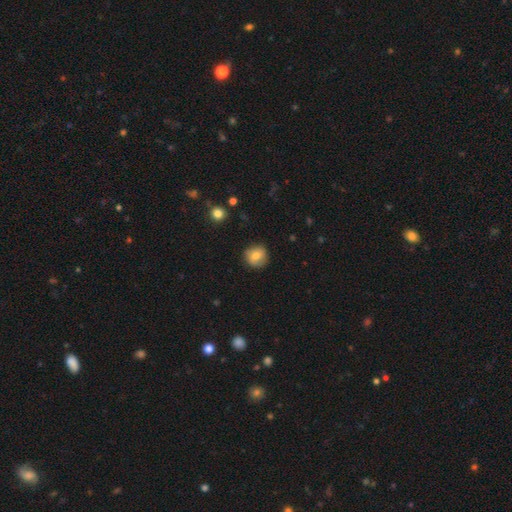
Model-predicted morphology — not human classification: smooth-or-featured: smooth: 75% | featured or disk: 17% | star or artifact: 9%
  how-rounded: round: 90% | in between: 9% | cigar-shaped: 1%
  merging: none: 85% | minor disturbance: 11% | major disturbance: 2% | merger: 1%